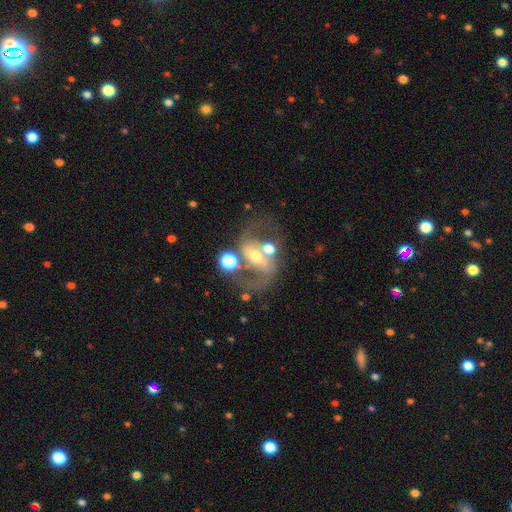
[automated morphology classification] Smooth or featured: featured or disk — 82% (smooth — 9%)
Edge-on disk: no — 97% (yes — 3%)
Bar: weak — 35% (tied with strong — 35%)
Spiral arms: yes — 91% (no — 9%)
Spiral winding: loose — 48% (medium — 43%)
Spiral arm count: 2 — 90% (1 — 3%)
Bulge size: moderate — 59% (small — 30%)
Merging: none — 49% (merger — 21%)